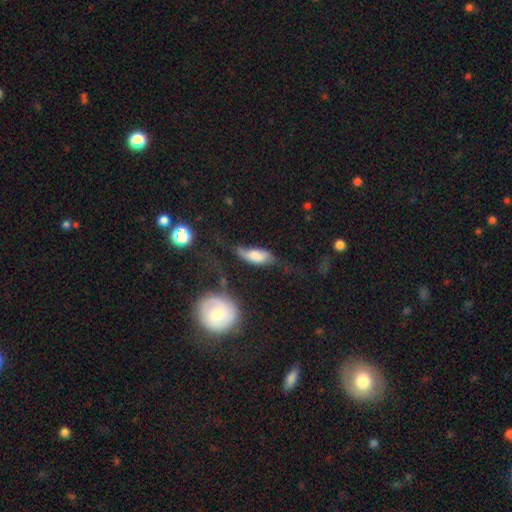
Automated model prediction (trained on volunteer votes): A smooth galaxy with no disk features (55%) that is in between round and cigar-shaped (76%). Merging: none (36%).